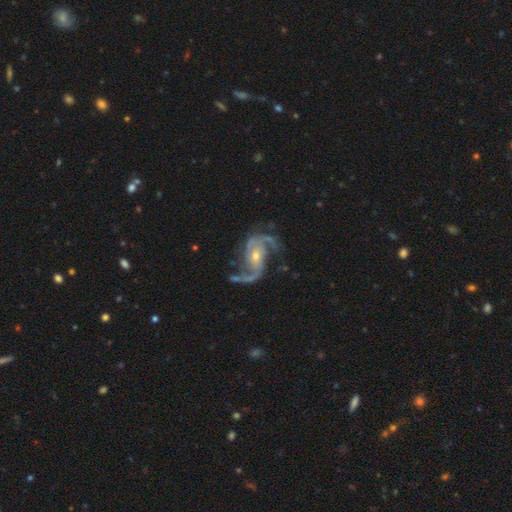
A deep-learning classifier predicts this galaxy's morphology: Smooth or featured: featured or disk — 92% (star or artifact — 5%)
Edge-on disk: no — 98% (yes — 2%)
Bar: no — 53% (weak — 34%)
Spiral arms: yes — 98% (no — 2%)
Spiral winding: loose — 46% (medium — 44%)
Spiral arm count: 2 — 87% (3 — 5%)
Bulge size: small — 50% (moderate — 45%)
Merging: none — 64% (minor disturbance — 18%)